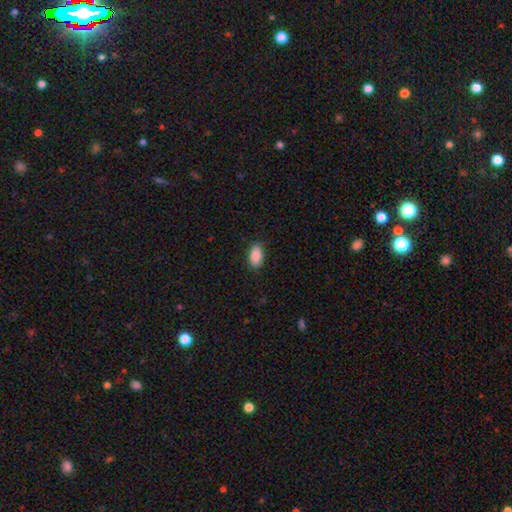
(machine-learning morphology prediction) smooth_or_featured: smooth (p=0.88) [alt: star or artifact p=0.07]
how_rounded: in between (p=0.94) [alt: round p=0.04]
merging: none (p=0.87) [alt: minor disturbance p=0.10]